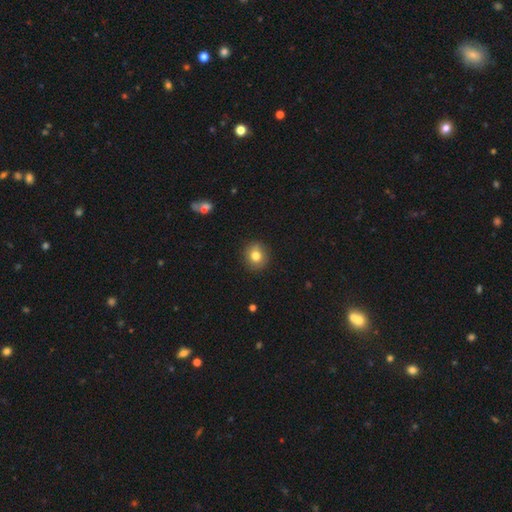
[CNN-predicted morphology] smooth-or-featured: smooth: 79% | featured or disk: 11% | star or artifact: 11%
  how-rounded: round: 86% | in between: 13% | cigar-shaped: 1%
  merging: none: 88% | minor disturbance: 8% | major disturbance: 2% | merger: 1%